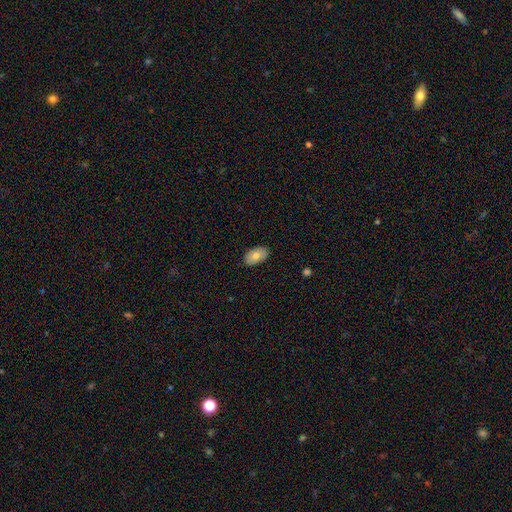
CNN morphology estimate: type=smooth (74%); roundness=in between (93%); merging=none (87%).